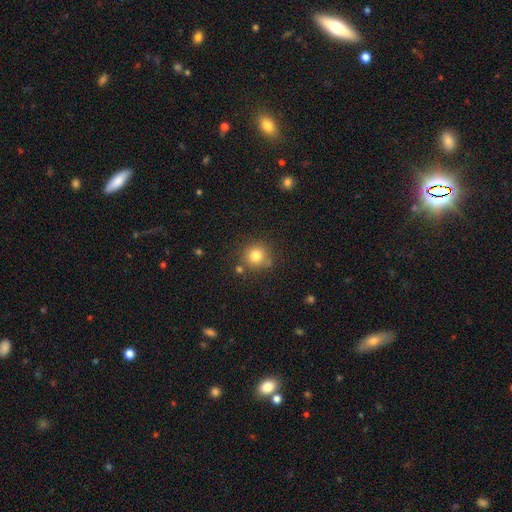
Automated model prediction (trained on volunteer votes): This appears to be a smooth galaxy with no disk features (80%) that is round (91%). Merging: none (76%).